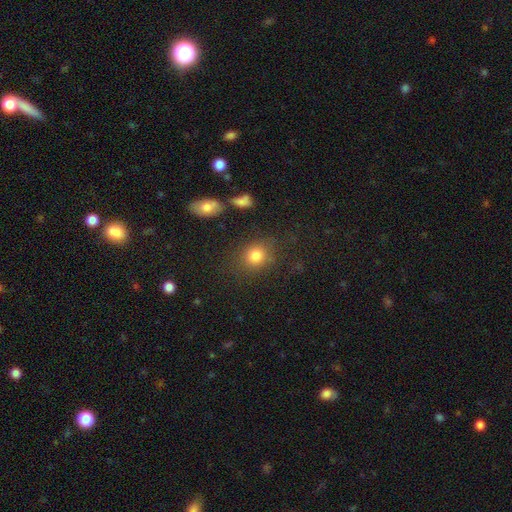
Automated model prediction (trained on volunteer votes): A smooth galaxy with no disk features (82%) that is round (69%). Merging: none (76%).